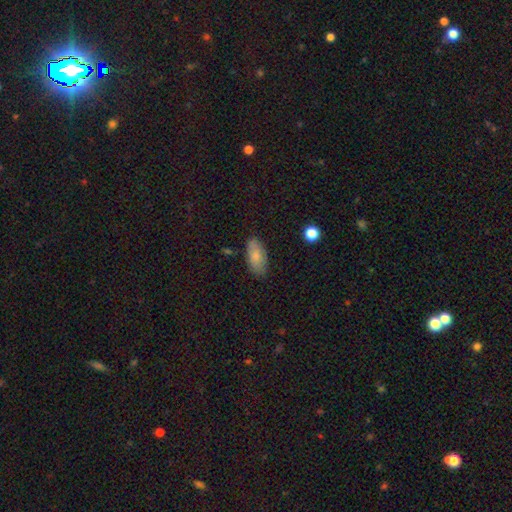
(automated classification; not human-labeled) Smooth or featured? smooth (80%)
How rounded? in between (91%)
Merging? none (81%)